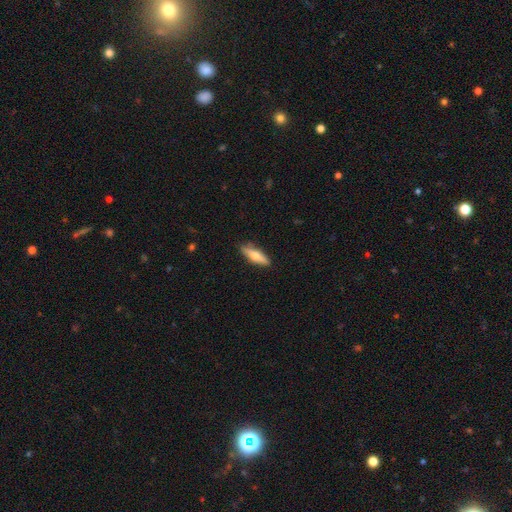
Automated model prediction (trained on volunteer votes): Smooth or featured? smooth (54%)
How rounded? cigar-shaped (63%)
Merging? none (85%)